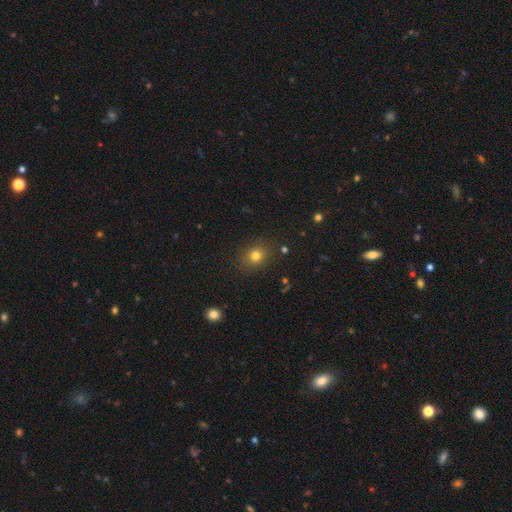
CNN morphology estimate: smooth 77%, star or artifact 15%, featured or disk 8%. Down the decision tree: how rounded — round (66%); merging — none (86%).